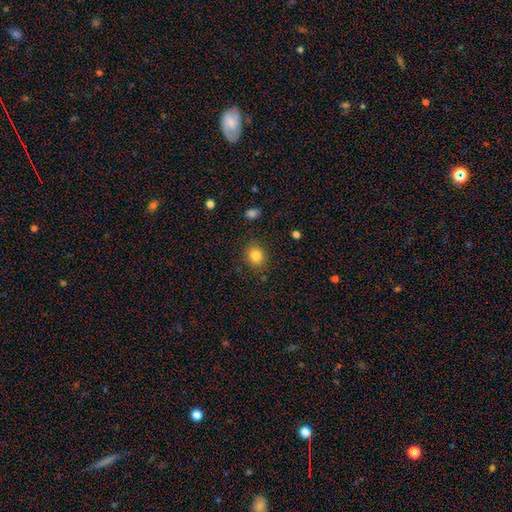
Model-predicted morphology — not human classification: smooth-or-featured: smooth: 83% | star or artifact: 11% | featured or disk: 6%
  how-rounded: round: 69% | in between: 30% | cigar-shaped: 1%
  merging: none: 86% | minor disturbance: 9% | major disturbance: 3% | merger: 2%